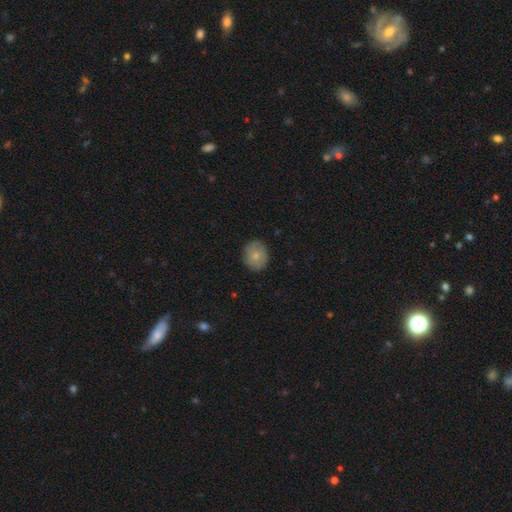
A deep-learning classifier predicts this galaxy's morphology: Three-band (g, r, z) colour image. It shows a smooth galaxy with no disk features (78%) that is round (71%). Merging: none (86%).